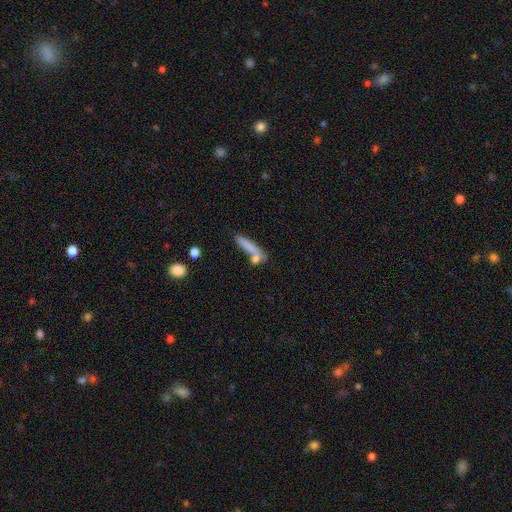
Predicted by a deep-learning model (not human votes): Smooth or featured?
  - smooth: 74% *
  - featured or disk: 18%
  - star or artifact: 8%
How rounded?
  - cigar-shaped: 76% *
  - in between: 18%
  - round: 6%
Merging?
  - none: 51% *
  - merger: 26%
  - minor disturbance: 15%
  - major disturbance: 8%